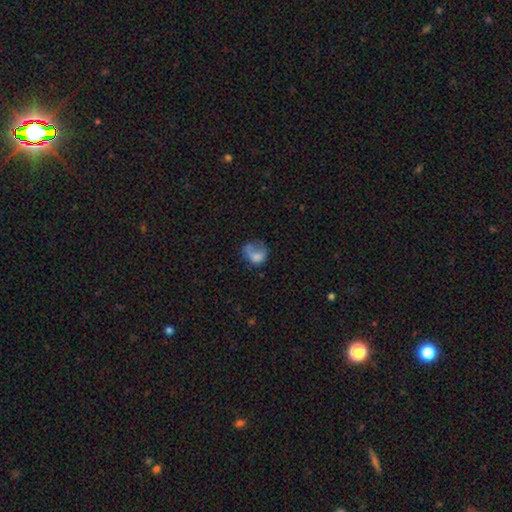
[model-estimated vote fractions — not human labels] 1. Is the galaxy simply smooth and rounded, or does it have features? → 67% smooth, 22% featured or disk, 10% star or artifact.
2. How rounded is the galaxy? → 50% round, 49% in between, 1% cigar-shaped.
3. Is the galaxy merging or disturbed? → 39% major disturbance, 27% none, 23% minor disturbance, 11% merger.